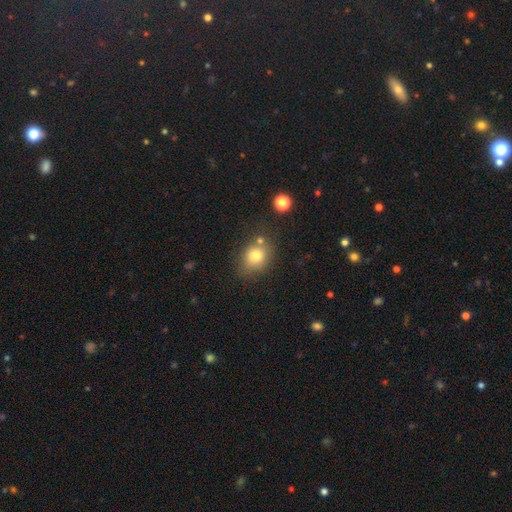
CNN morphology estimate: Smooth or featured? smooth (76%)
How rounded? round (57%)
Merging? none (63%)